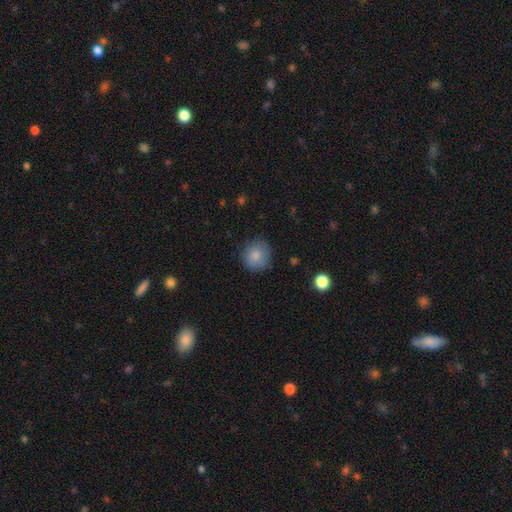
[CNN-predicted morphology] Smooth or featured? smooth (84%)
How rounded? round (89%)
Merging? none (82%)